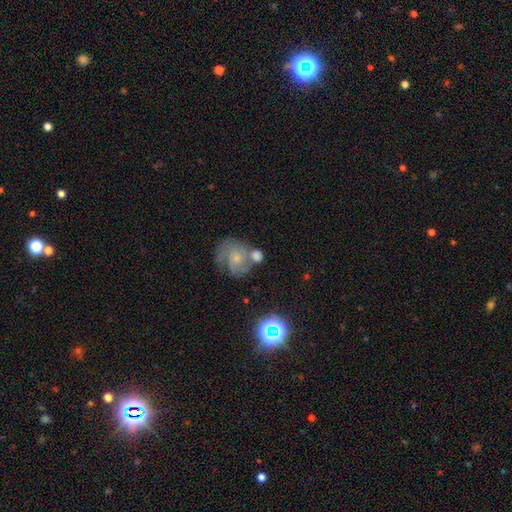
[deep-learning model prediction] The model was most divided on "smooth or featured": featured or disk: 46%, smooth: 41%, star or artifact: 13%. Remaining: merging — none (42%).